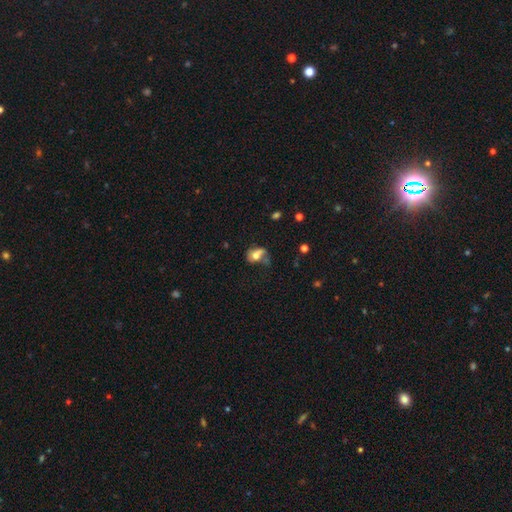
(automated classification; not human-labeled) smooth-or-featured: smooth: 54% | featured or disk: 34% | star or artifact: 12%
  how-rounded: in between: 69% | round: 29% | cigar-shaped: 2%
  merging: major disturbance: 32% | none: 27% | minor disturbance: 23% | merger: 18%